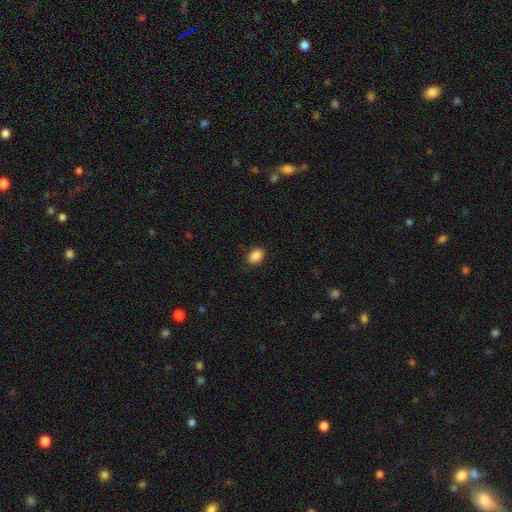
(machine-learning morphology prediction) smooth 88%, star or artifact 9%, featured or disk 3%. Down the decision tree: how rounded — in between (72%); merging — none (87%).